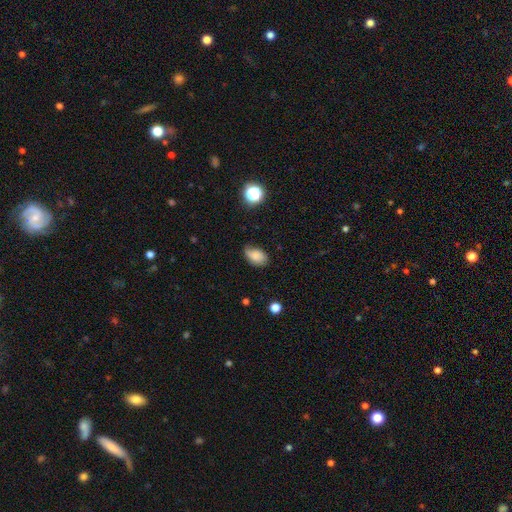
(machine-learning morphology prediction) The model was most divided on "merging": none: 58%, minor disturbance: 32%, major disturbance: 8%, merger: 2%. More confident: how rounded — in between (88%); smooth or featured — smooth (77%).